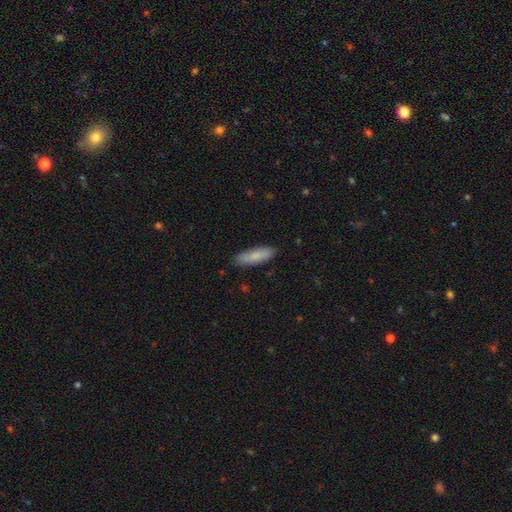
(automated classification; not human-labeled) The model was most divided on "how rounded": cigar-shaped: 56%, in between: 42%, round: 1%. More confident: merging — none (87%); smooth or featured — smooth (83%).